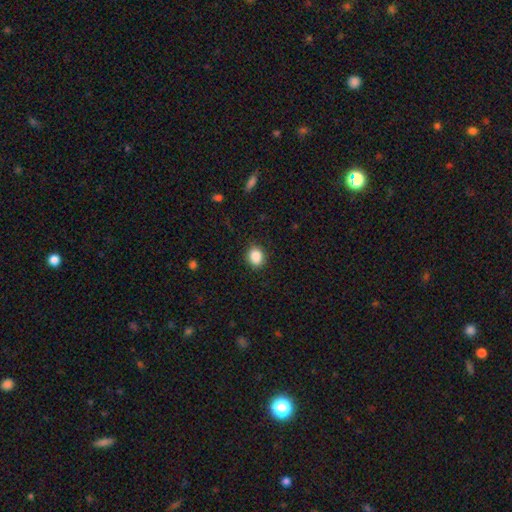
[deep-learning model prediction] A smooth galaxy with no disk features (87%) that is round (53%). Merging: none (86%).